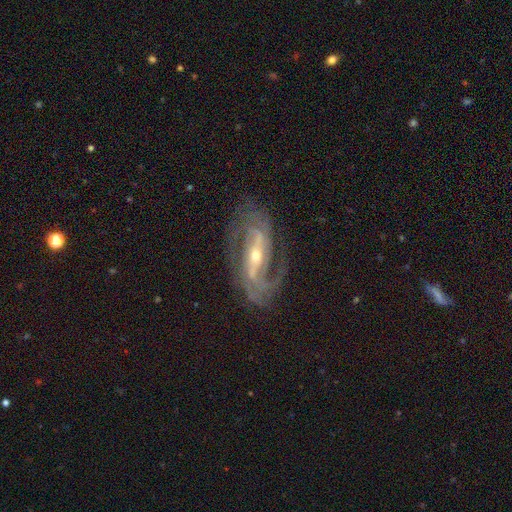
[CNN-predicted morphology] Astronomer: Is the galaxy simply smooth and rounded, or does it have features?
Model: featured or disk — 89%.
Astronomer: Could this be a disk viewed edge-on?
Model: no — 93%.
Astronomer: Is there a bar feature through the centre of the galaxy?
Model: strong — 51% (runner-up: weak, 31%).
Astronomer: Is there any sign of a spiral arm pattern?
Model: yes — 96%.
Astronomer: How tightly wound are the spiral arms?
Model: medium — 47% (runner-up: tight, 32%).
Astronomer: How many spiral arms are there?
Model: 2 — 68%.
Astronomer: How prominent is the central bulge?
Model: small — 56% (runner-up: moderate, 40%).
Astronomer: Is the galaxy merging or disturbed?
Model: none — 72%.